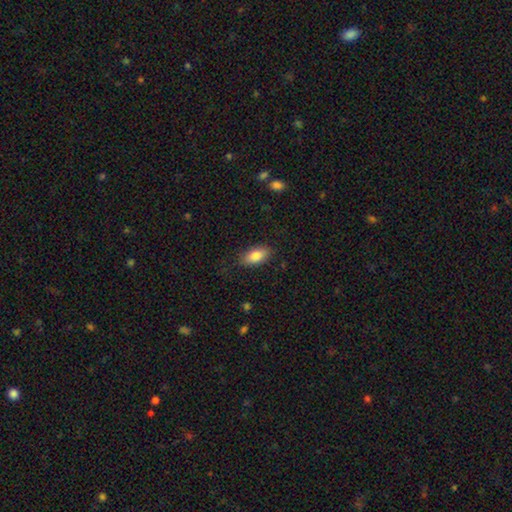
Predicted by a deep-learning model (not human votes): smooth-or-featured: smooth: 82% | featured or disk: 11% | star or artifact: 7%
  how-rounded: in between: 91% | cigar-shaped: 6% | round: 4%
  merging: none: 86% | minor disturbance: 11% | major disturbance: 3% | merger: 1%